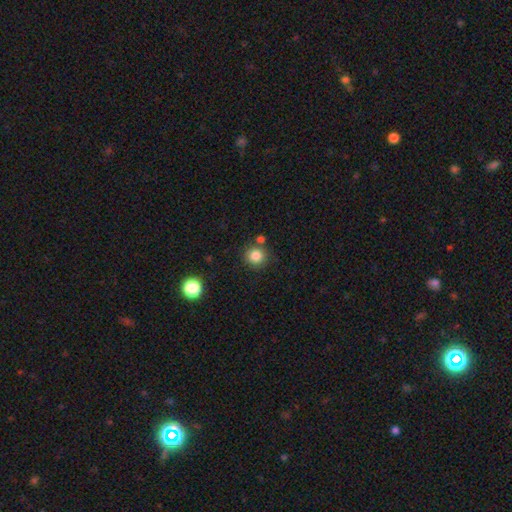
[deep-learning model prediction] This appears to be a smooth galaxy with no disk features (84%) that is round (92%). Merging: none (79%).